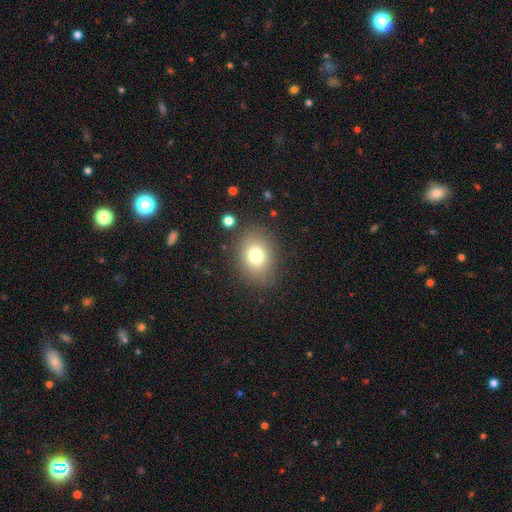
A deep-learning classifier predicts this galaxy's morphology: A smooth galaxy with no disk features (76%) that is in between round and cigar-shaped (55%).

Vote fractions:
- Smooth or featured? smooth: 76% / star or artifact: 13% / featured or disk: 12%
- How rounded? in between: 55% / round: 44% / cigar-shaped: 1%
- Merging? none: 83% / minor disturbance: 10% / major disturbance: 4% / merger: 2%